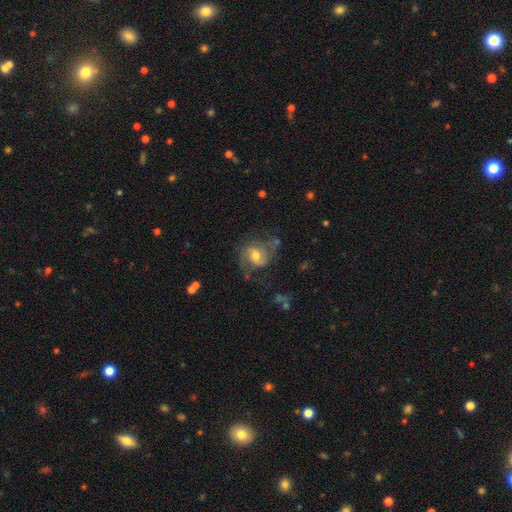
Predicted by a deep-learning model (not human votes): Q: Smooth or featured?
A: featured or disk (65%); runner-up: smooth (27%)
Q: Edge-on disk?
A: no (97%); runner-up: yes (3%)
Q: Bar?
A: no (46%); runner-up: weak (44%)
Q: Spiral arms?
A: yes (86%); runner-up: no (14%)
Q: Spiral winding?
A: medium (46%); runner-up: loose (37%)
Q: Spiral arm count?
A: 2 (76%); runner-up: can't tell (11%)
Q: Bulge size?
A: moderate (65%); runner-up: small (22%)
Q: Merging?
A: none (48%); runner-up: major disturbance (24%)